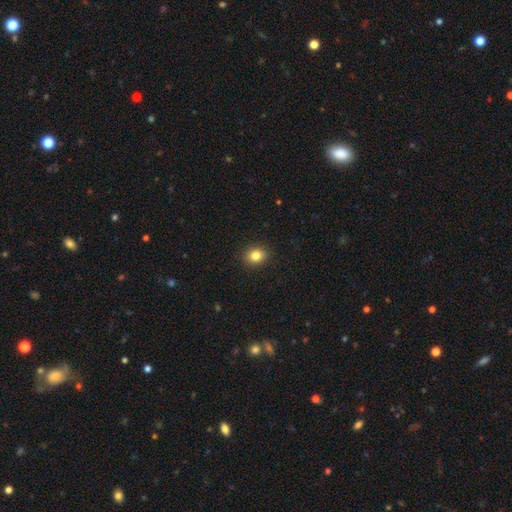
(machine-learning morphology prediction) smooth_or_featured: smooth (p=0.82) [alt: star or artifact p=0.11]
how_rounded: round (p=0.61) [alt: in between p=0.38]
merging: none (p=0.90) [alt: minor disturbance p=0.07]